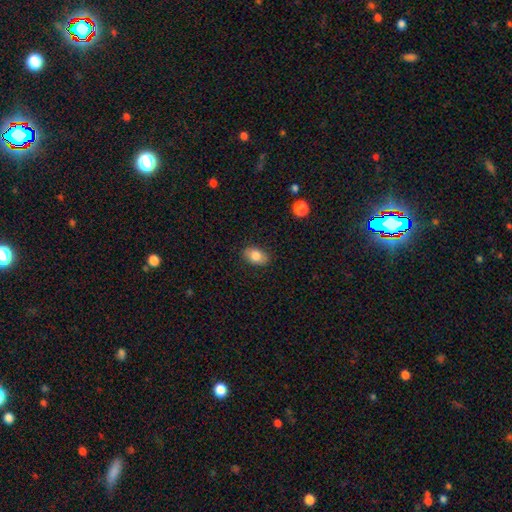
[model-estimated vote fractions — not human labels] This appears to be a smooth galaxy with no disk features (80%) that is in between round and cigar-shaped (87%). Merging: none (85%).